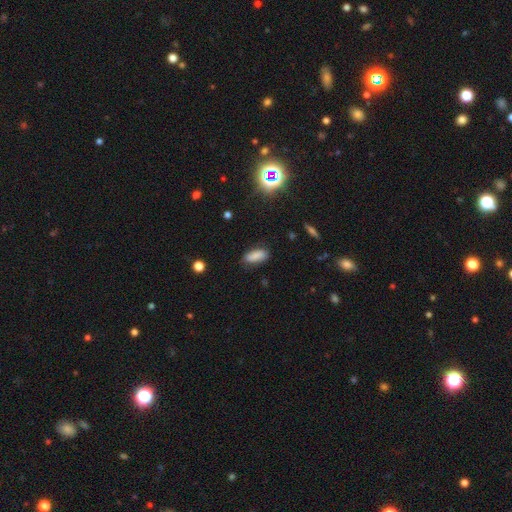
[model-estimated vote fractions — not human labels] Smooth or featured? smooth (83%)
How rounded? in between (84%)
Merging? none (79%)